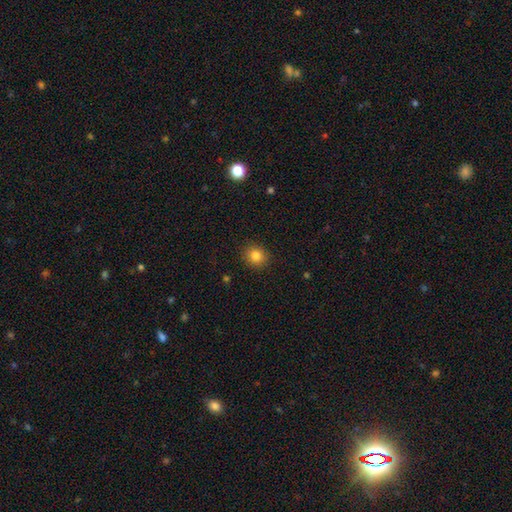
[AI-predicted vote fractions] Q: Smooth or featured?
A: smooth (82%); runner-up: star or artifact (12%)
Q: How rounded?
A: round (79%); runner-up: in between (20%)
Q: Merging?
A: none (90%); runner-up: minor disturbance (7%)